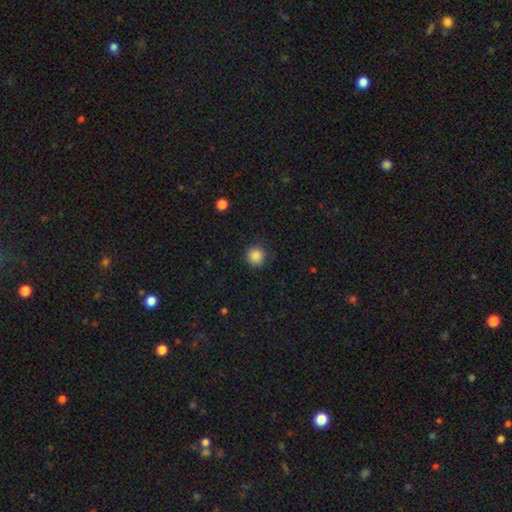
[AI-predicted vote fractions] smooth_or_featured: smooth (p=0.86) [alt: star or artifact p=0.10]
how_rounded: round (p=0.94) [alt: in between p=0.06]
merging: none (p=0.89) [alt: minor disturbance p=0.08]